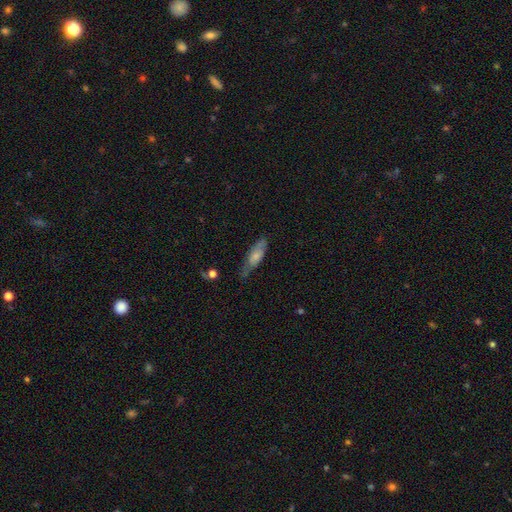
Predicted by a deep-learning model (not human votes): The model was most divided on "merging": none: 47%, minor disturbance: 37%, major disturbance: 12%, merger: 4%. More confident: smooth or featured — smooth (68%); how rounded — in between (63%).